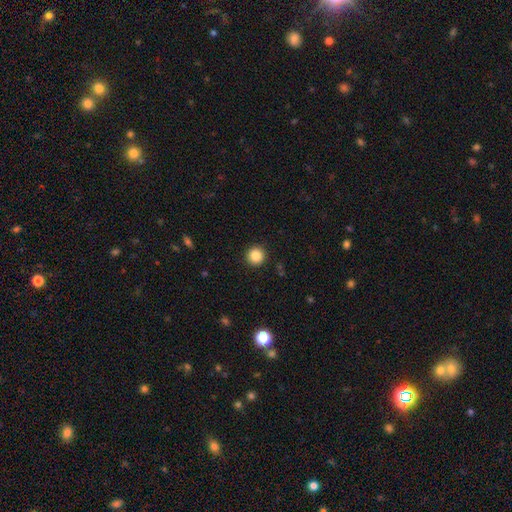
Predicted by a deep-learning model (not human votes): Morphology: type=smooth (86%); roundness=round (95%); merging=none (92%).